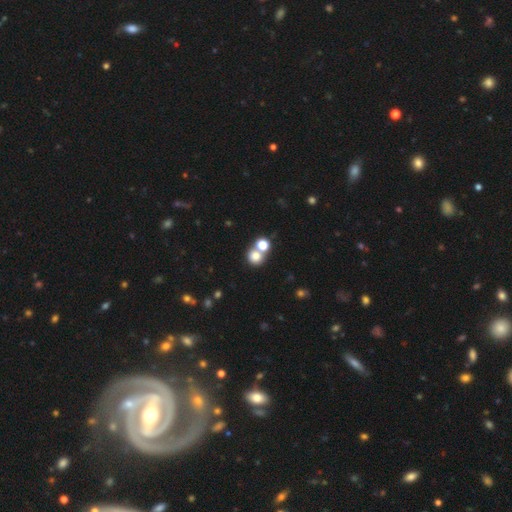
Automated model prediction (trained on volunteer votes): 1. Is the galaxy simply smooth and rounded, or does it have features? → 76% smooth, 16% star or artifact, 9% featured or disk.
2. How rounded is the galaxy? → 84% round, 15% in between, 1% cigar-shaped.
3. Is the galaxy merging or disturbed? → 52% none, 37% merger, 7% minor disturbance, 4% major disturbance.